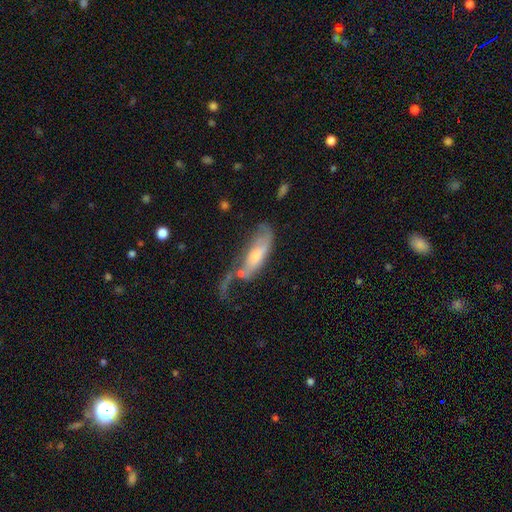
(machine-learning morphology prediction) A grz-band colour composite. It shows a featured or disk galaxy (52%). Merging: major disturbance (43%).